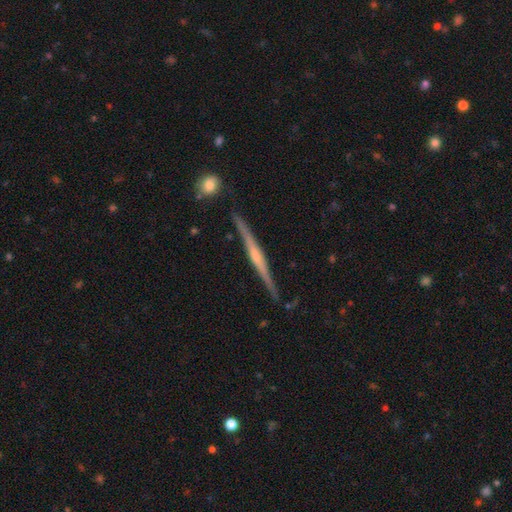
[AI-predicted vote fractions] Q: Smooth or featured?
A: featured or disk (78%); runner-up: smooth (17%)
Q: Edge-on disk?
A: yes (98%); runner-up: no (2%)
Q: Edge-on bulge?
A: rounded (61%); runner-up: none (27%)
Q: Merging?
A: none (87%); runner-up: minor disturbance (9%)